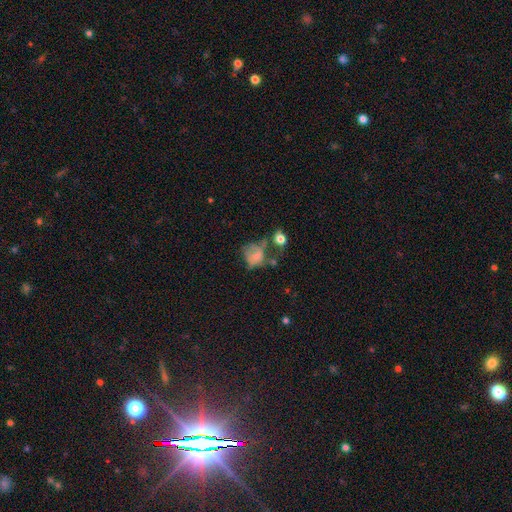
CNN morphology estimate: Smooth or featured? Predicted: smooth (p=0.54). How rounded? Predicted: round (p=0.53). Merging? Predicted: major disturbance (p=0.34).